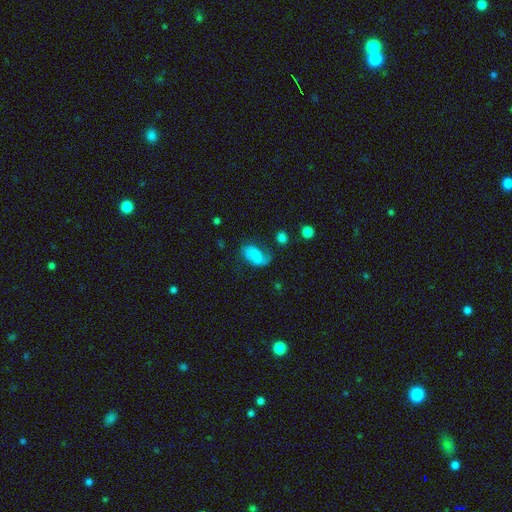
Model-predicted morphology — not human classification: This is possibly a smooth galaxy (49%). Merging: possibly none (51%).